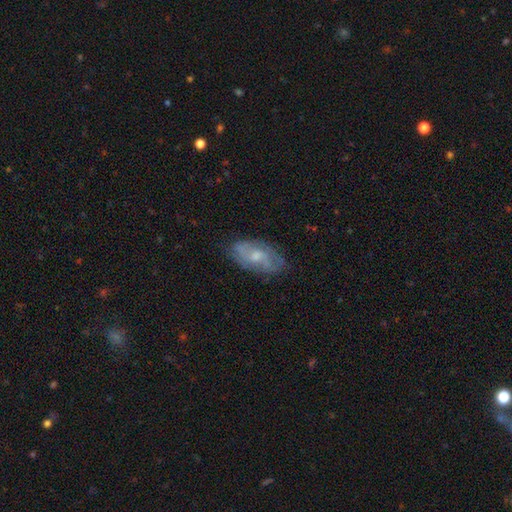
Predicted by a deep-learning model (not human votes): This is likely a featured or disk galaxy (64%). It is clearly not viewed edge-on (93%). Bar: possibly no (57%). Spiral arm pattern: clearly yes (81%). Central bulge: possibly moderate (49%). Merging: likely none (73%).